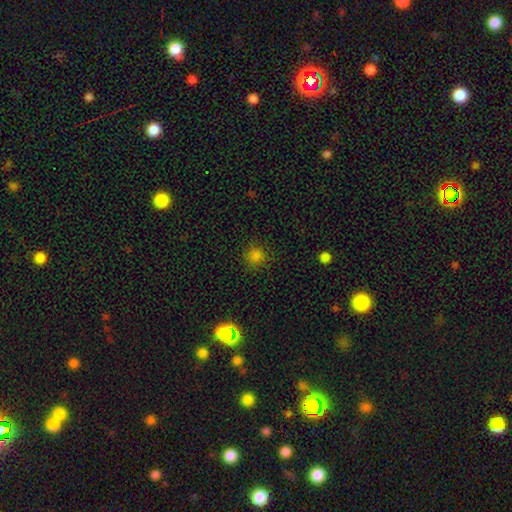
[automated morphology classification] Q: Smooth or featured?
A: smooth (80%); runner-up: star or artifact (16%)
Q: How rounded?
A: round (92%); runner-up: in between (7%)
Q: Merging?
A: none (87%); runner-up: minor disturbance (9%)